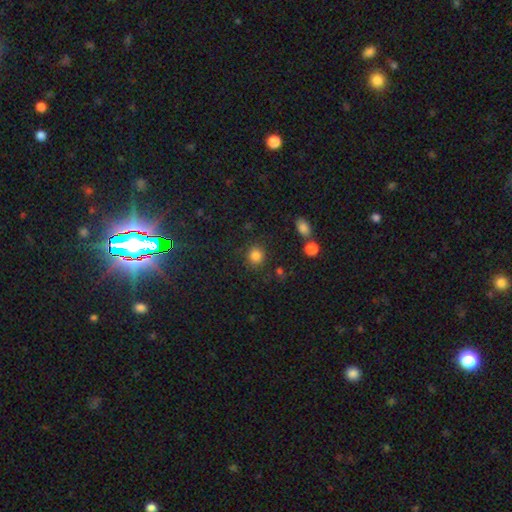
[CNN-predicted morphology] This is clearly a smooth galaxy (83%). How rounded: clearly round (85%). Merging: clearly none (84%).